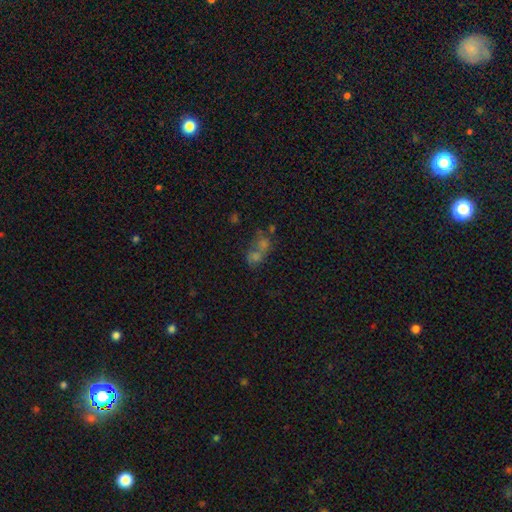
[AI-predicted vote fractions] Smooth or featured? smooth (47%)
Merging? merger (55%)